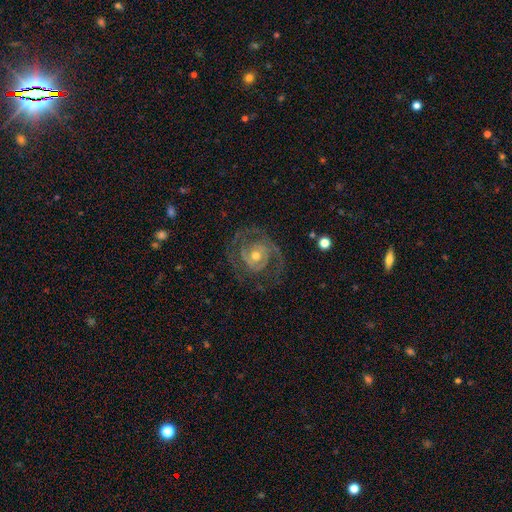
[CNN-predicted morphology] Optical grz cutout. It shows a featured or disk galaxy (87%) with no bar (60%), 2 (73%) tight (51%) spiral arms (94%) and a moderate central bulge (57%). Merging: none (76%).